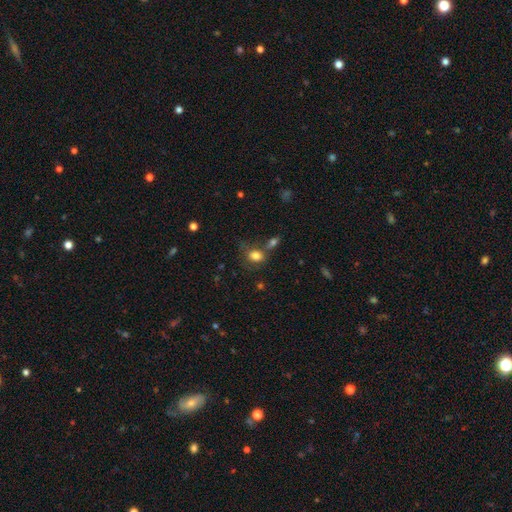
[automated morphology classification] Overall: smooth (81%). How rounded: in between (61%; round 38%). Merging: none (53%; merger 21%).